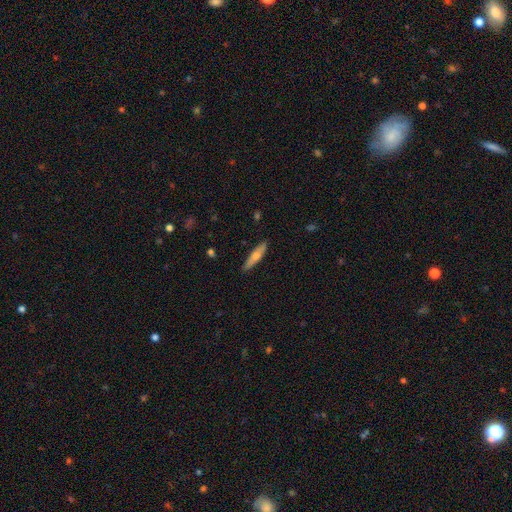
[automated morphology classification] A smooth galaxy with no disk features (52%) that is cigar-shaped (82%).

Vote fractions:
- Smooth or featured? smooth: 52% / featured or disk: 42% / star or artifact: 6%
- How rounded? cigar-shaped: 82% / in between: 16% / round: 2%
- Merging? none: 89% / minor disturbance: 9% / major disturbance: 2% / merger: 1%